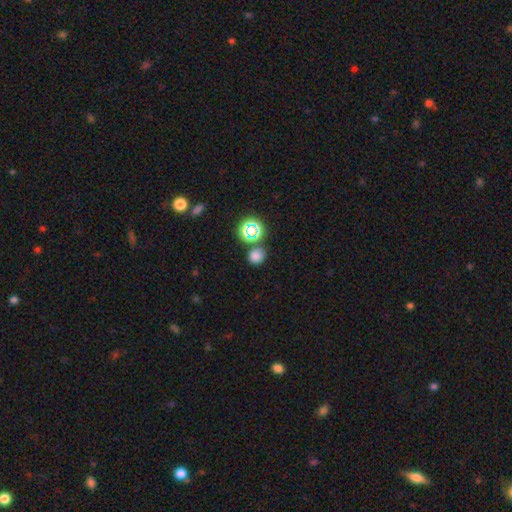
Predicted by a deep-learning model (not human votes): This is likely a smooth galaxy (72%). How rounded: clearly round (81%). Merging: likely none (75%).